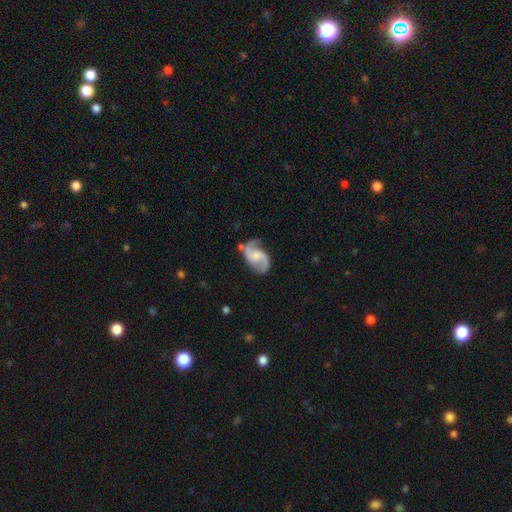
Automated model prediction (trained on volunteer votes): featured or disk 88%, smooth 8%, star or artifact 5%. Down the decision tree: edge-on disk — no (98%); bar — no (48%); spiral arms — yes (97%); spiral arm count — 2 (93%); spiral winding — medium (46%); bulge size — small (37%); merging — none (71%).